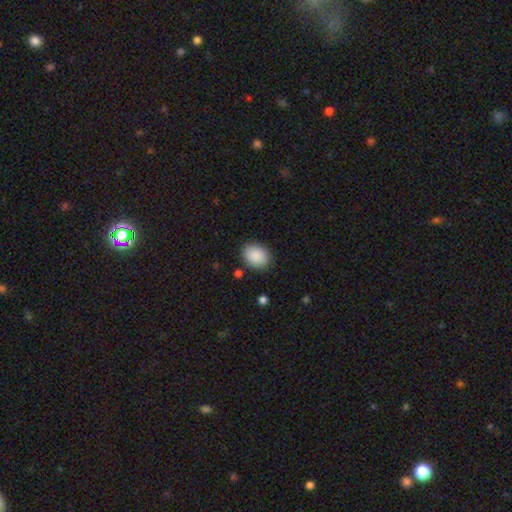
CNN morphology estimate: A smooth galaxy with no disk features (89%) that is in between round and cigar-shaped (60%).

Vote fractions:
- Smooth or featured? smooth: 89% / star or artifact: 7% / featured or disk: 4%
- How rounded? in between: 60% / round: 39% / cigar-shaped: 1%
- Merging? none: 86% / minor disturbance: 10% / major disturbance: 3% / merger: 2%